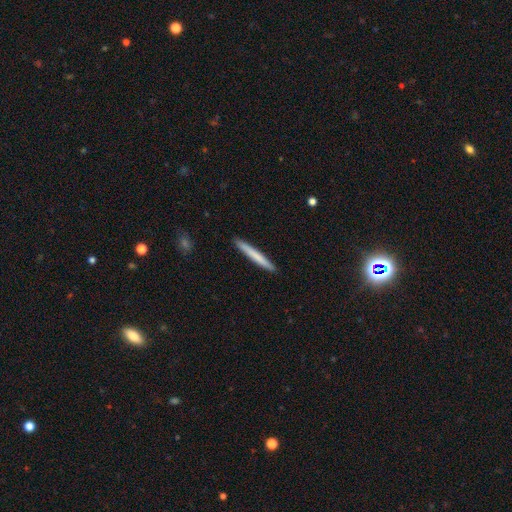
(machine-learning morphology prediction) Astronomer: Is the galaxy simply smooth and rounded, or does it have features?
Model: smooth — 70%.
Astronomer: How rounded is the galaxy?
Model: cigar-shaped — 97%.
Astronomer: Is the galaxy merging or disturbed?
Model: none — 92%.